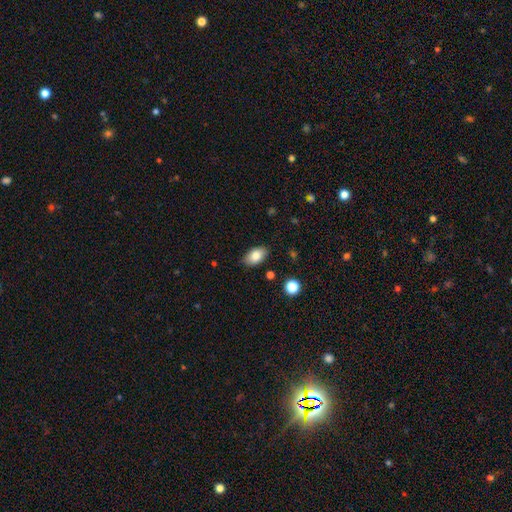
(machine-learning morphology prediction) A smooth galaxy with no disk features (82%) that is in between round and cigar-shaped (91%).

Vote fractions:
- Smooth or featured? smooth: 82% / featured or disk: 10% / star or artifact: 8%
- How rounded? in between: 91% / round: 7% / cigar-shaped: 2%
- Merging? none: 85% / minor disturbance: 11% / major disturbance: 2% / merger: 2%